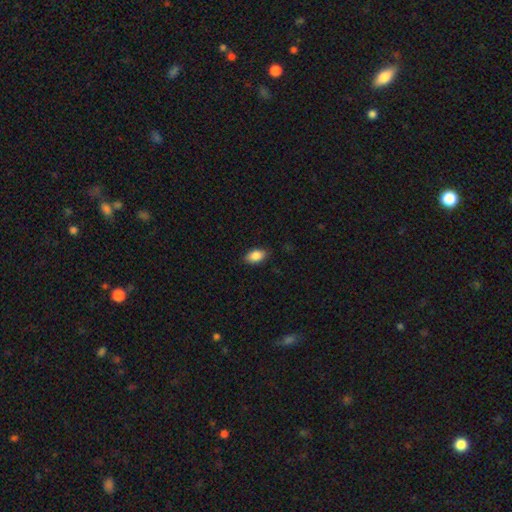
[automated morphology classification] type=smooth (87%); roundness=in between (91%); merging=none (86%).